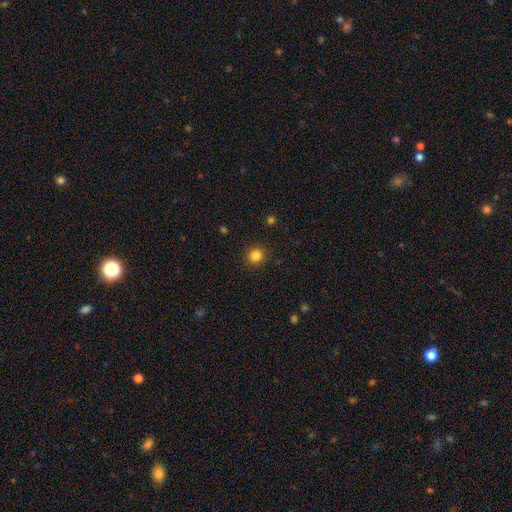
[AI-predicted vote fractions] Morphology: type=smooth (84%); roundness=round (91%); merging=none (91%).